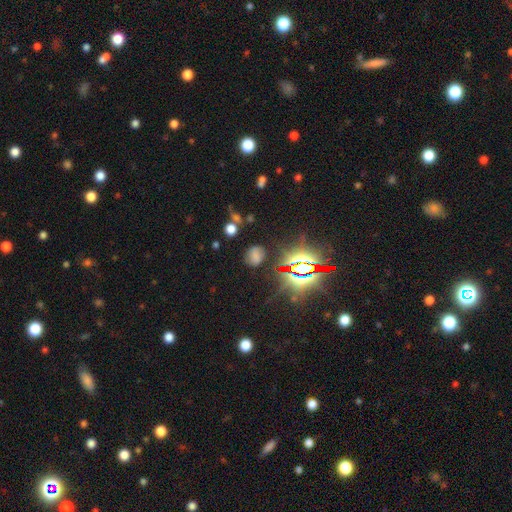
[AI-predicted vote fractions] This is possibly a smooth galaxy (55%). How rounded: possibly in between (52%). Merging: likely none (74%).